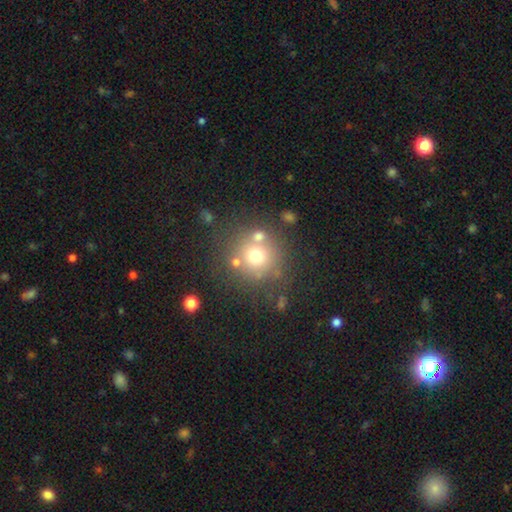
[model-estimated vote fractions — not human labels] Smooth or featured? smooth (67%)
How rounded? round (91%)
Merging? none (70%)